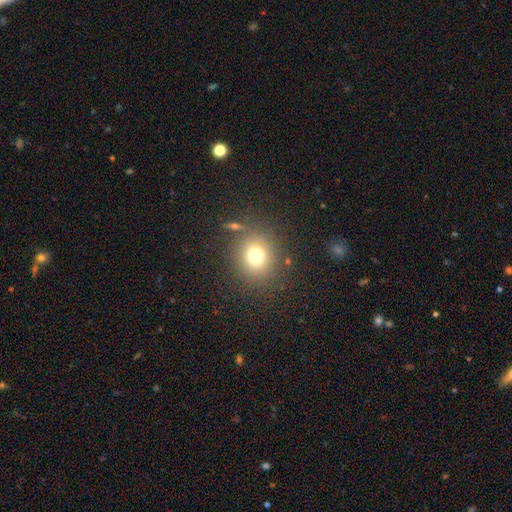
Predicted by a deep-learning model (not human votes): This is likely a smooth galaxy (74%). How rounded: clearly round (83%). Merging: clearly none (82%).